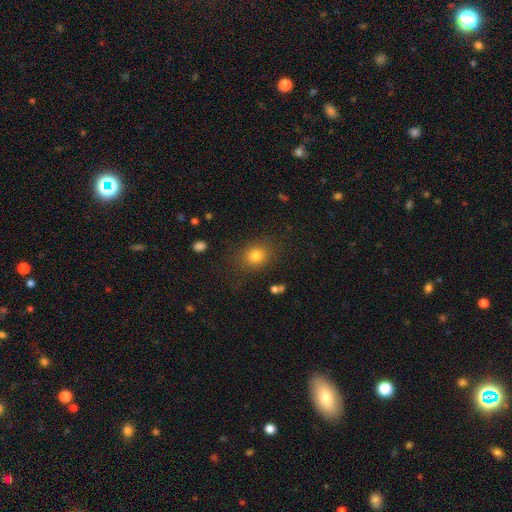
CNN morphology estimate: A smooth galaxy with no disk features (80%) that is round (61%). Merging: none (79%).